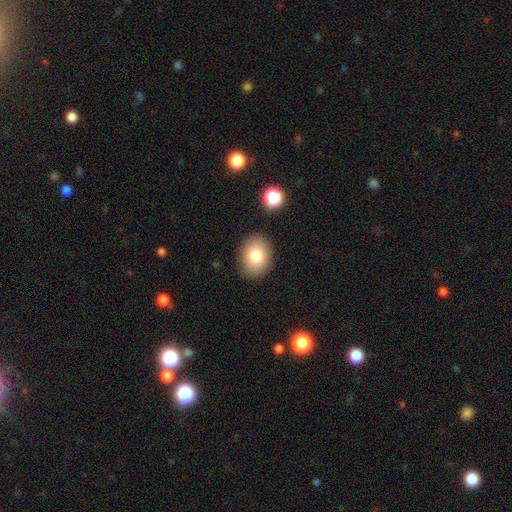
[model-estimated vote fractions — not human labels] Smooth or featured: smooth — 80% (featured or disk — 11%)
How rounded: in between — 54% (round — 45%)
Merging: none — 86% (minor disturbance — 9%)